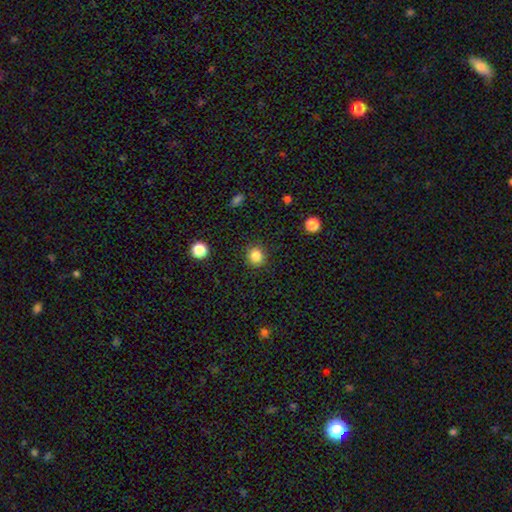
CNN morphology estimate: Smooth or featured? Predicted: smooth (p=0.85). How rounded? Predicted: round (p=0.87). Merging? Predicted: none (p=0.89).